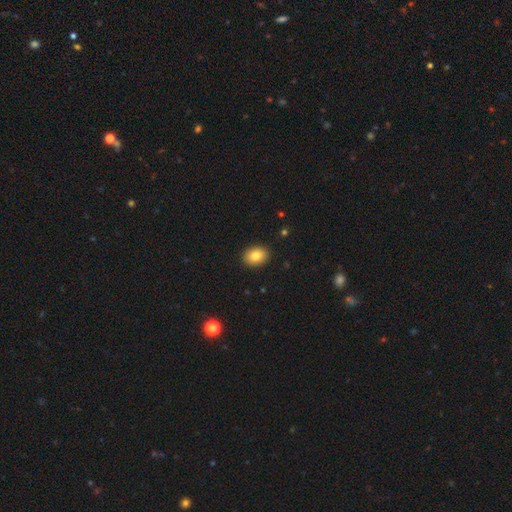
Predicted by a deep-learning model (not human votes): This is clearly a smooth galaxy (83%). How rounded: likely in between (71%). Merging: clearly none (90%).